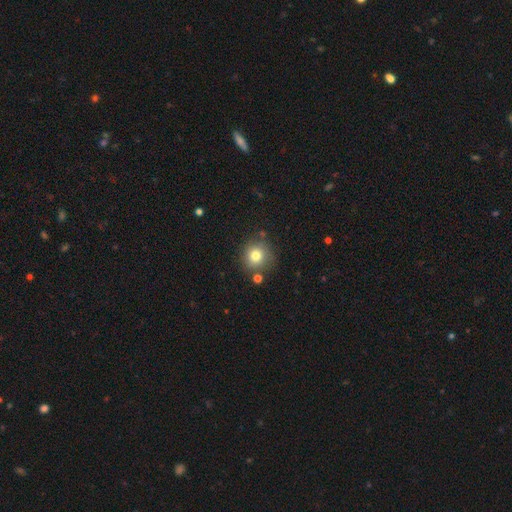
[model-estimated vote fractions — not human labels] A smooth galaxy with no disk features (79%) that is round (90%).

Vote fractions:
- Smooth or featured? smooth: 79% / star or artifact: 11% / featured or disk: 10%
- How rounded? round: 90% / in between: 9% / cigar-shaped: 1%
- Merging? none: 77% / minor disturbance: 12% / merger: 7% / major disturbance: 4%